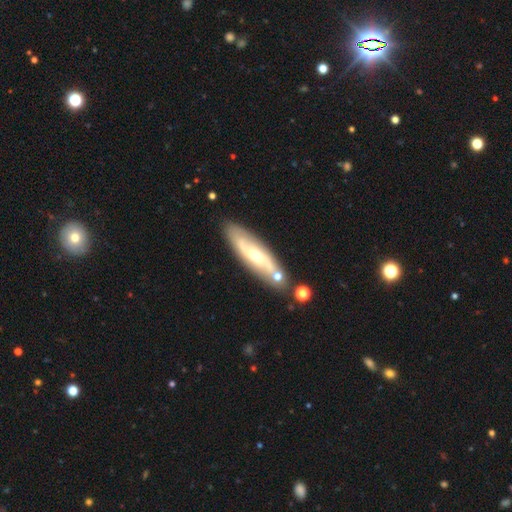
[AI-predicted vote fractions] Smooth or featured? featured or disk (68%)
Edge-on disk? no (74%)
Bar? no (53%)
Spiral arms? yes (78%)
Bulge size? moderate (57%)
Merging? none (77%)